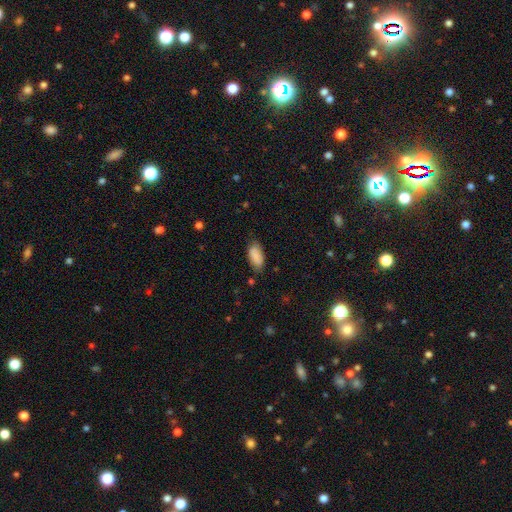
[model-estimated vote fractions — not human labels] smooth 88%, star or artifact 6%, featured or disk 5%. Down the decision tree: how rounded — in between (91%); merging — none (73%).